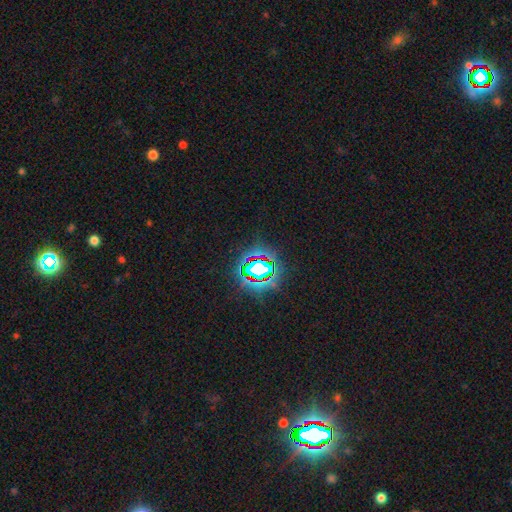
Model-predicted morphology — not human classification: This appears to be a star or artifact, not a galaxy (83%).